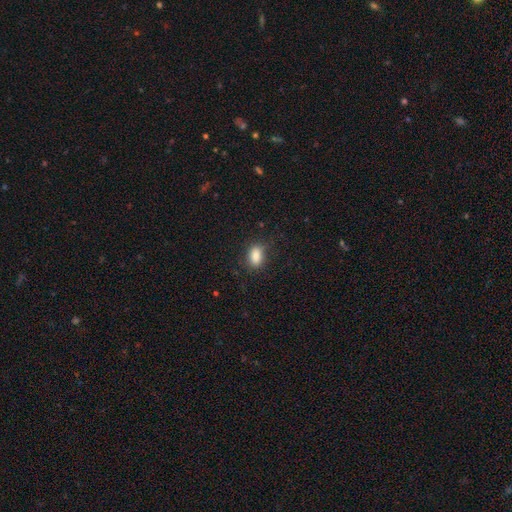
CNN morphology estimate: Smooth or featured?
  - smooth: 85% *
  - star or artifact: 9%
  - featured or disk: 6%
How rounded?
  - in between: 86% *
  - round: 11%
  - cigar-shaped: 3%
Merging?
  - none: 82% *
  - minor disturbance: 13%
  - major disturbance: 4%
  - merger: 1%